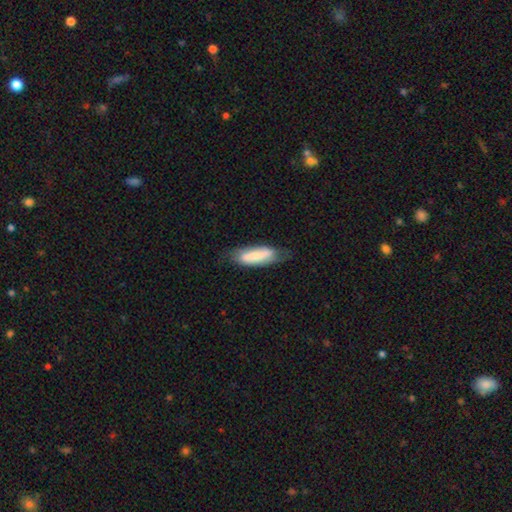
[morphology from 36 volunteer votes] smooth_or_featured: smooth (p=0.78) [alt: featured or disk p=0.22]
how_rounded: in between (p=0.75) [alt: cigar-shaped p=0.25]
merging: none (p=0.58) [alt: minor disturbance p=0.25]